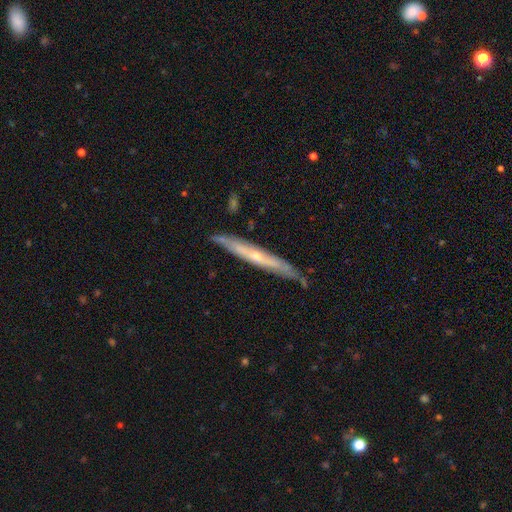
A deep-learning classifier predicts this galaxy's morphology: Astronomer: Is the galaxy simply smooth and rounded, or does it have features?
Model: featured or disk — 66%.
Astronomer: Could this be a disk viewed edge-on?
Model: yes — 86%.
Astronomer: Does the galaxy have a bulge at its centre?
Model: rounded — 57% (runner-up: none, 40%).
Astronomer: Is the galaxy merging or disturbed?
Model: none — 77%.